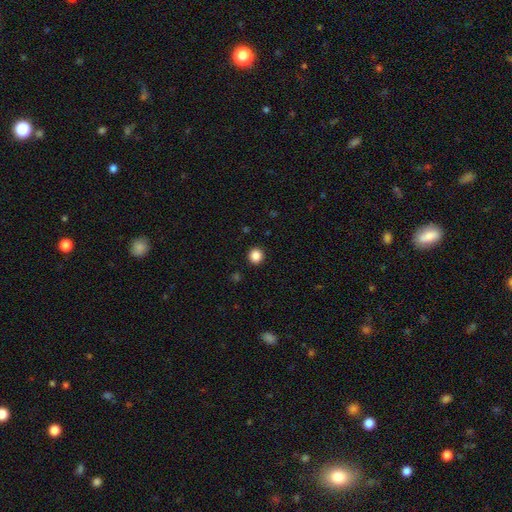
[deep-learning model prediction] Q: Smooth or featured?
A: smooth (86%); runner-up: star or artifact (11%)
Q: How rounded?
A: round (93%); runner-up: in between (6%)
Q: Merging?
A: none (93%); runner-up: minor disturbance (4%)